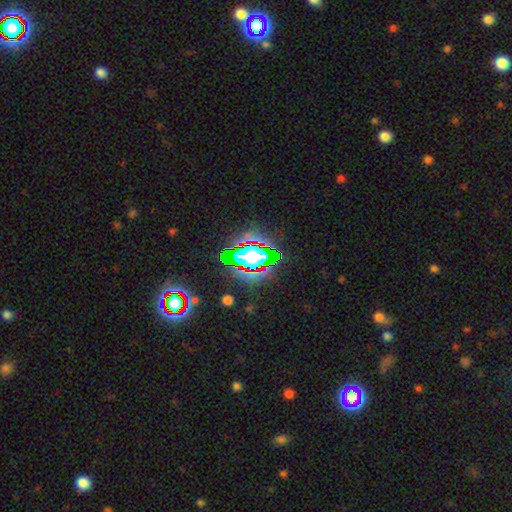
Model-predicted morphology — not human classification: Smooth or featured? star or artifact (64%)